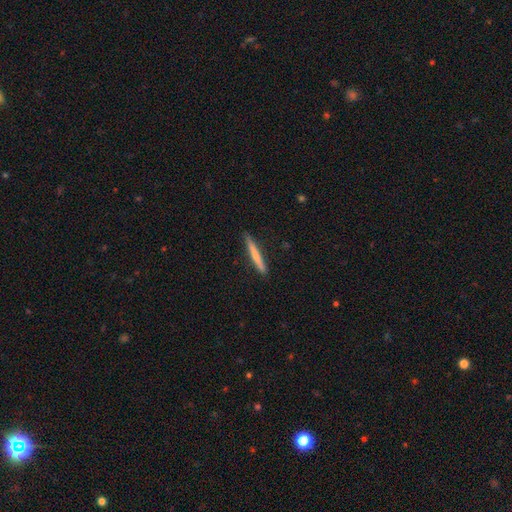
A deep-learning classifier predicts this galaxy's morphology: Smooth or featured?
  - smooth: 61% *
  - featured or disk: 34%
  - star or artifact: 6%
How rounded?
  - cigar-shaped: 96% *
  - in between: 3%
  - round: 1%
Merging?
  - none: 88% *
  - minor disturbance: 9%
  - major disturbance: 2%
  - merger: 1%